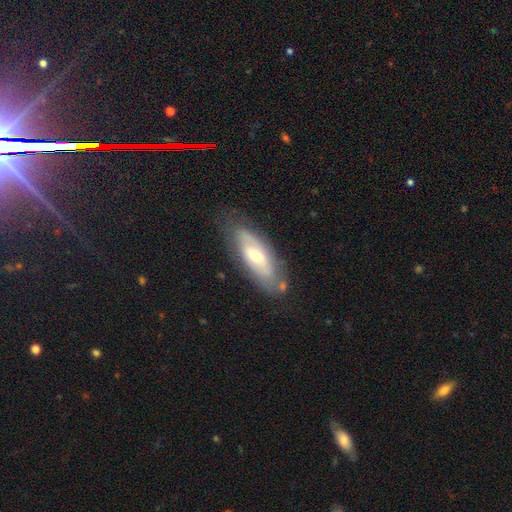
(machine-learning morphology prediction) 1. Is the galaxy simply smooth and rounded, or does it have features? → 56% featured or disk, 38% smooth, 6% star or artifact.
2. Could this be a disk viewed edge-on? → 77% no, 23% yes.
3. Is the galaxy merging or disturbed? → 70% none, 20% minor disturbance, 6% major disturbance, 4% merger.